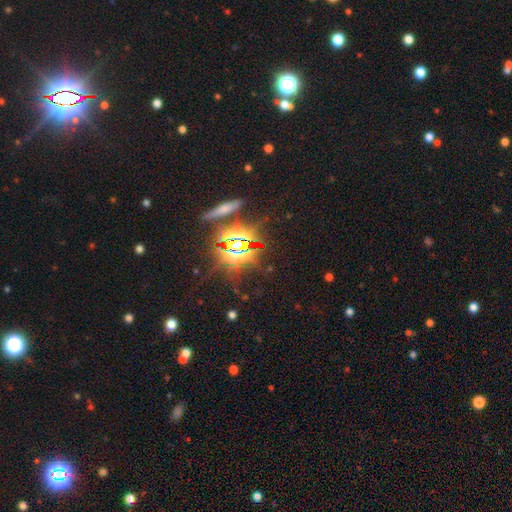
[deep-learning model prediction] This appears to be a star or artifact, not a galaxy (82%).